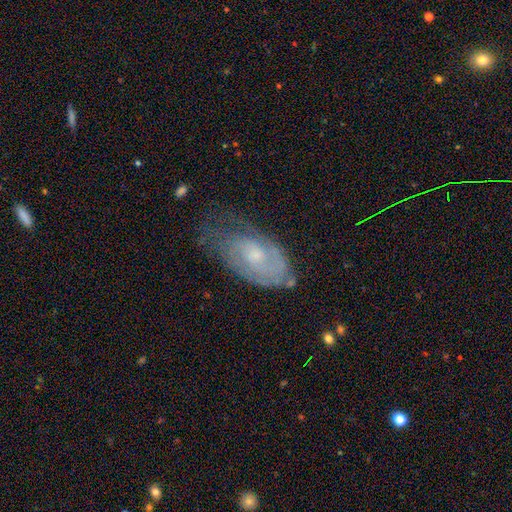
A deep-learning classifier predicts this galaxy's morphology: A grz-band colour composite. It shows a featured or disk galaxy (69%) with no bar (70%), tight (63%) spiral arms (85%) and a small central bulge (53%). Merging: none (51%).